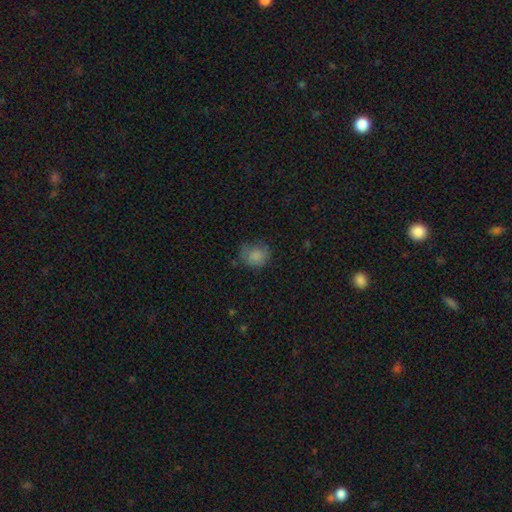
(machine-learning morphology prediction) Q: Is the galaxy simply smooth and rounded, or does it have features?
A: smooth — 82%.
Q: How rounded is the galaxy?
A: round — 69%.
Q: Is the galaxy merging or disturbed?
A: none — 63%.